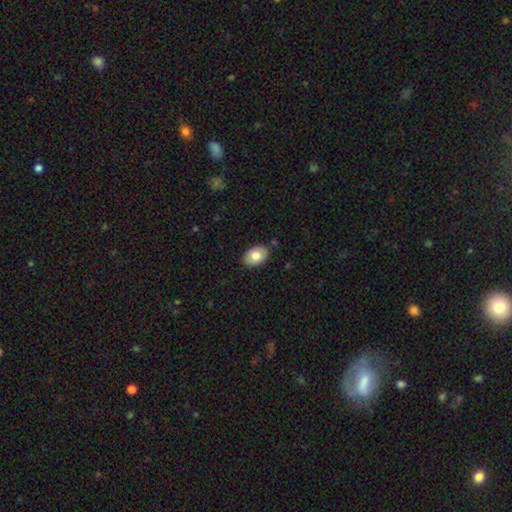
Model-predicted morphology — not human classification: smooth-or-featured: smooth: 77% | featured or disk: 16% | star or artifact: 7%
  how-rounded: in between: 87% | round: 12% | cigar-shaped: 1%
  merging: none: 86% | minor disturbance: 11% | major disturbance: 2% | merger: 1%